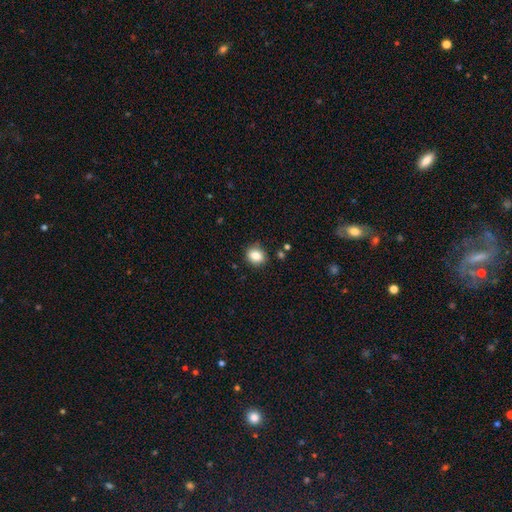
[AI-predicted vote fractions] A smooth galaxy with no disk features (84%) that is round (67%).

Vote fractions:
- Smooth or featured? smooth: 84% / star or artifact: 10% / featured or disk: 6%
- How rounded? round: 67% / in between: 32% / cigar-shaped: 1%
- Merging? none: 86% / minor disturbance: 10% / major disturbance: 2% / merger: 2%